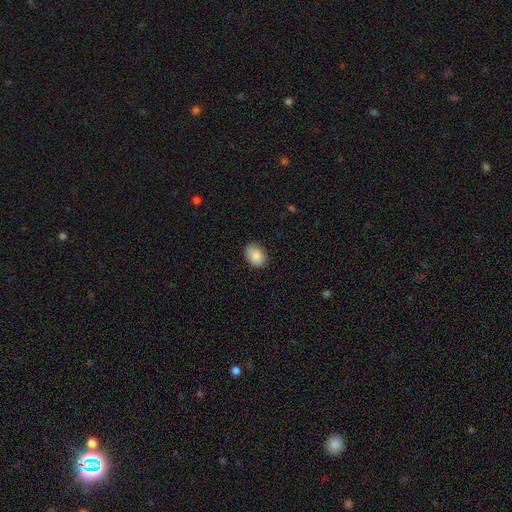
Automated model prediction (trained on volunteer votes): This is clearly a smooth galaxy (87%). How rounded: likely in between (75%). Merging: clearly none (83%).